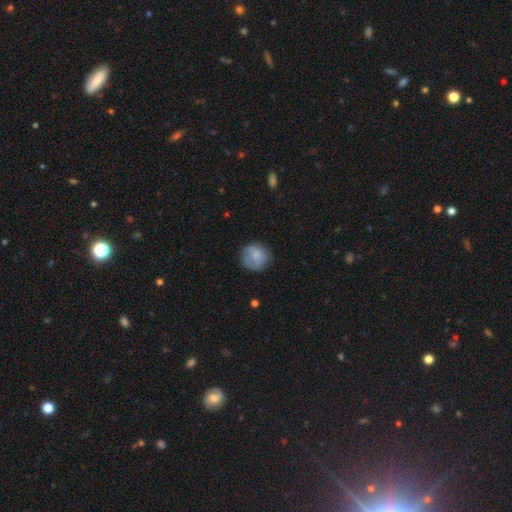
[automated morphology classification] smooth_or_featured: smooth (p=0.77) [alt: featured or disk p=0.15]
how_rounded: round (p=0.89) [alt: in between p=0.10]
merging: none (p=0.73) [alt: minor disturbance p=0.19]